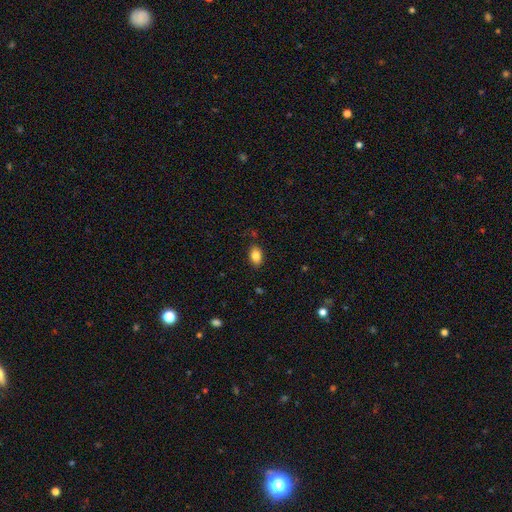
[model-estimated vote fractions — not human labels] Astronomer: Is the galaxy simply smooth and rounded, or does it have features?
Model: smooth — 85%.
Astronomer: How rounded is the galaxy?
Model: in between — 87%.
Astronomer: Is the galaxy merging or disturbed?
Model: none — 83%.